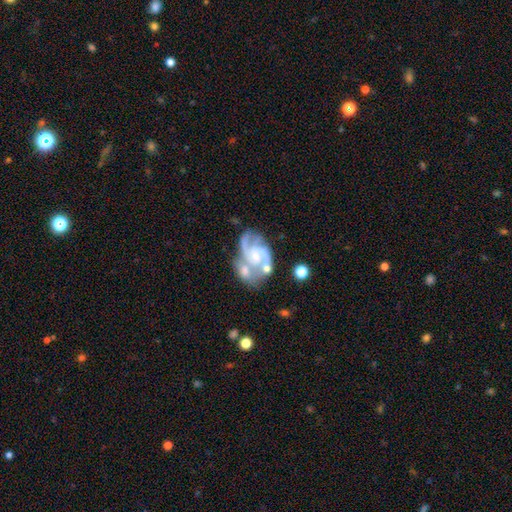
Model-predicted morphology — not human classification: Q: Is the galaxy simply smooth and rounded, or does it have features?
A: featured or disk — 88%.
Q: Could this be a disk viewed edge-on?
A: no — 98%.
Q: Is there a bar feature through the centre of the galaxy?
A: no — 56%.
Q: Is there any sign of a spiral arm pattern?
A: yes — 96%.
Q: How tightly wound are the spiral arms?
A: medium — 53%.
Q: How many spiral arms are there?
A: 2 — 40%.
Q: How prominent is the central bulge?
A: small — 52%.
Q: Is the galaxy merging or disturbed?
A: none — 42%.